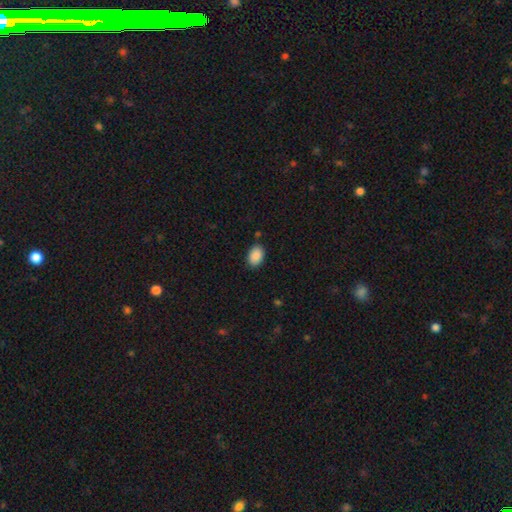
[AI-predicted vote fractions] This is clearly a smooth galaxy (90%). How rounded: clearly in between (86%). Merging: clearly none (86%).